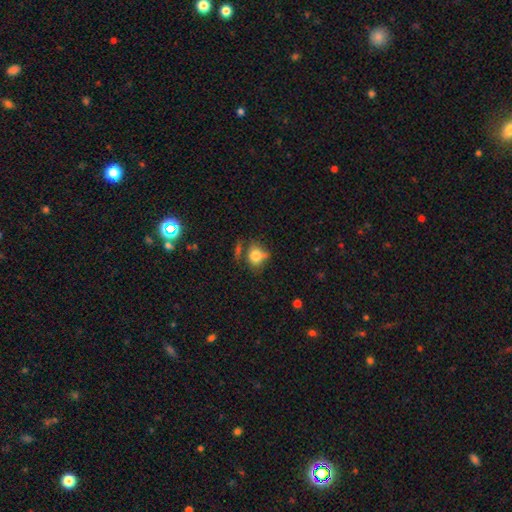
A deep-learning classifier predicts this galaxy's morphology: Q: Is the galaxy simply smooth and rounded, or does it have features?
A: smooth — 77%.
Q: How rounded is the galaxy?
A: round — 63%.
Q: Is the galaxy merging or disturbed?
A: none — 51%.